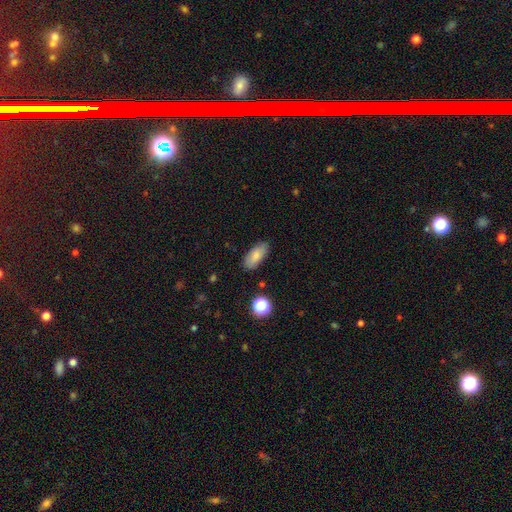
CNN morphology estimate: smooth-or-featured: smooth: 80% | featured or disk: 12% | star or artifact: 8%
  how-rounded: in between: 86% | cigar-shaped: 11% | round: 3%
  merging: none: 84% | minor disturbance: 12% | major disturbance: 3% | merger: 2%